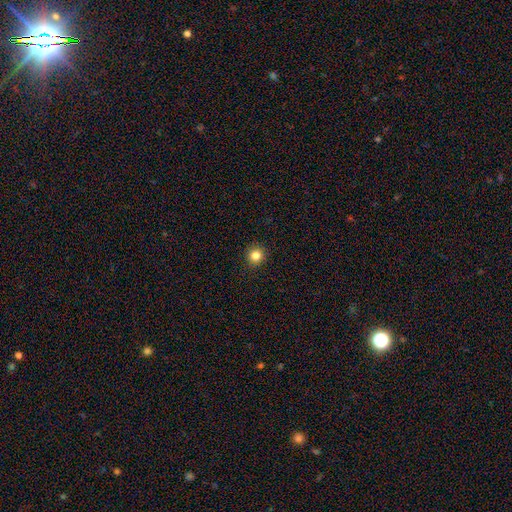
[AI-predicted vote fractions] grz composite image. It shows a smooth galaxy with no disk features (83%) that is round (93%). Merging: none (93%).